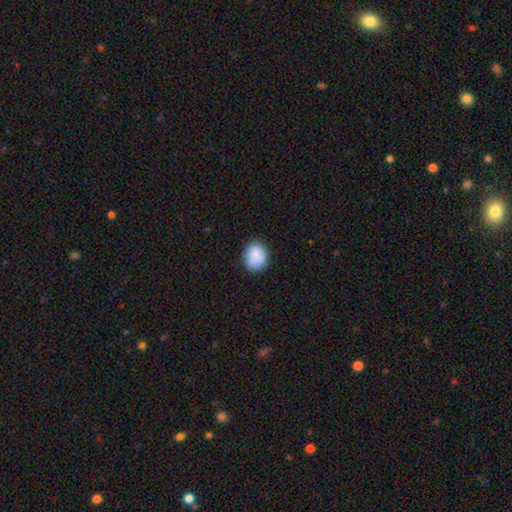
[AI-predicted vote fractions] Smooth or featured: smooth — 88% (star or artifact — 7%)
How rounded: round — 56% (in between — 43%)
Merging: none — 82% (minor disturbance — 14%)